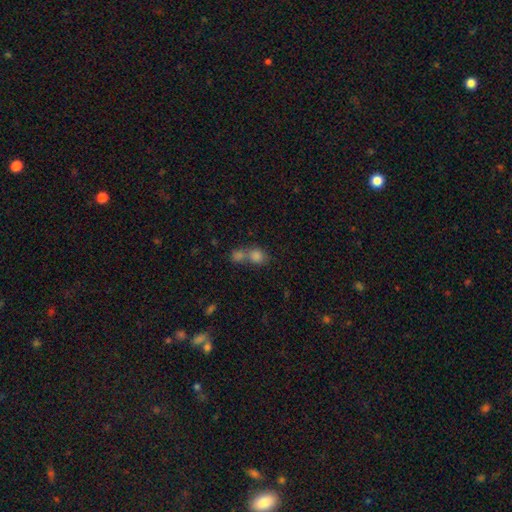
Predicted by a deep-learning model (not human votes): Smooth or featured? Predicted: smooth (p=0.76). How rounded? Predicted: round (p=0.62). Merging? Predicted: merger (p=0.58).